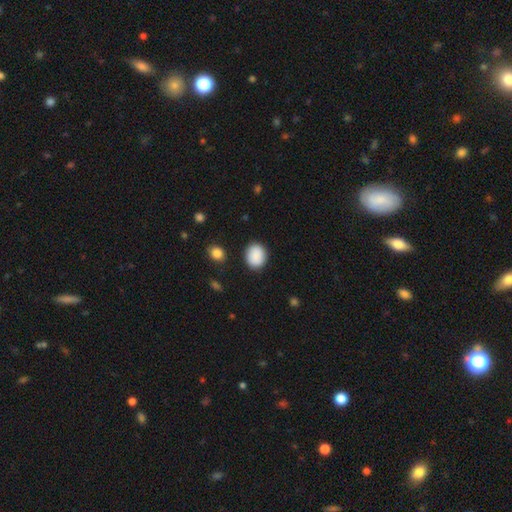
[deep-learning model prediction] Smooth or featured? Predicted: smooth (p=0.90). How rounded? Predicted: round (p=0.57). Merging? Predicted: none (p=0.86).